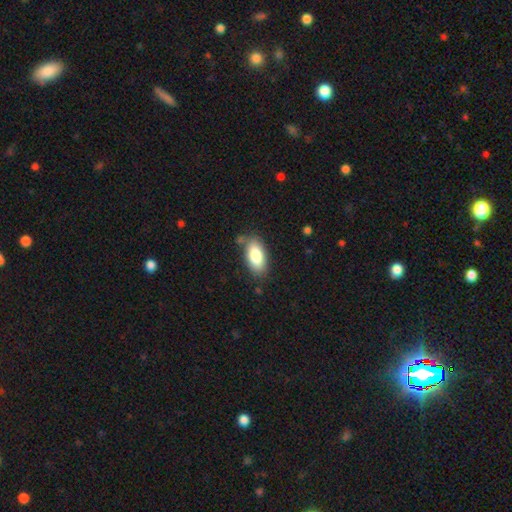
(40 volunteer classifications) smooth 88%, featured or disk 12%, star or artifact 0%. Down the decision tree: how rounded — in between (100%); merging — none (90%).